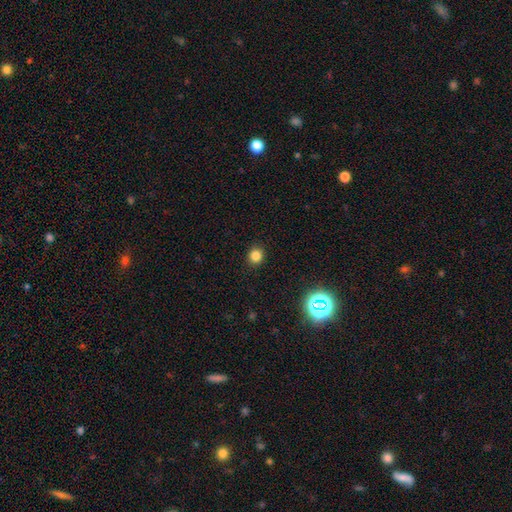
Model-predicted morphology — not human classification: A smooth galaxy with no disk features (82%) that is round (85%). Merging: none (91%).